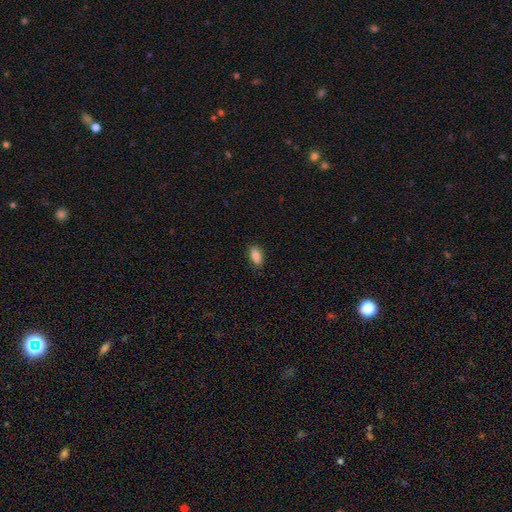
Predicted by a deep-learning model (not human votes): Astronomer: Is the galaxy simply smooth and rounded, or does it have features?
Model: smooth — 85%.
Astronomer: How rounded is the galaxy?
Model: in between — 89%.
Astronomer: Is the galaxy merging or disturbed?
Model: none — 87%.